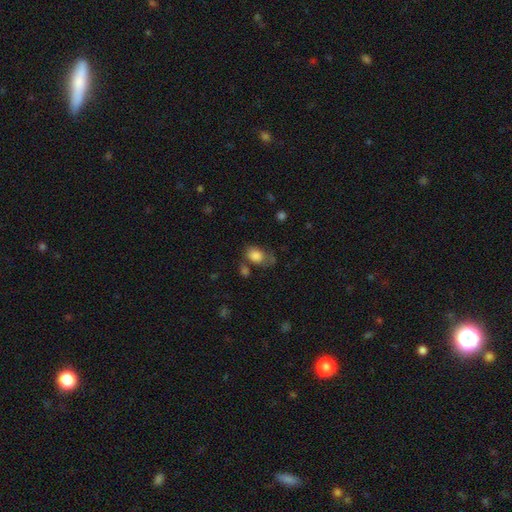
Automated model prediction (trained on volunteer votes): This is clearly a smooth galaxy (83%). How rounded: likely in between (70%). Merging: possibly none (48%).